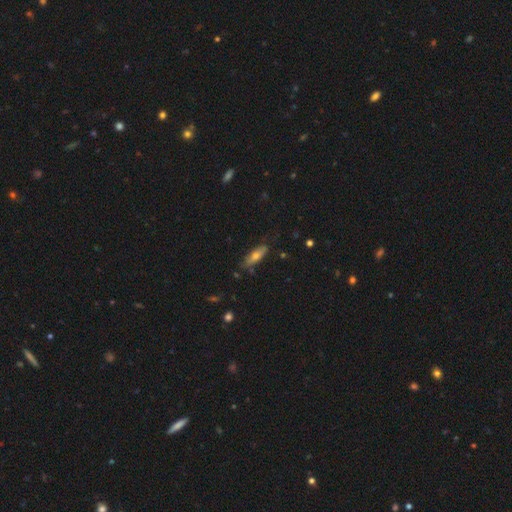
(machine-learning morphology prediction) Smooth or featured?
  - smooth: 58% *
  - featured or disk: 35%
  - star or artifact: 7%
How rounded?
  - cigar-shaped: 53% *
  - in between: 44%
  - round: 3%
Merging?
  - none: 75% *
  - minor disturbance: 19%
  - major disturbance: 4%
  - merger: 2%